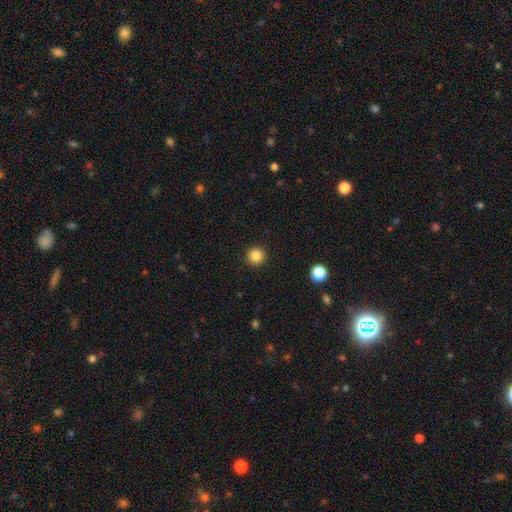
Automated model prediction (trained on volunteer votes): smooth_or_featured: smooth (p=0.85) [alt: star or artifact p=0.11]
how_rounded: round (p=0.96) [alt: in between p=0.03]
merging: none (p=0.93) [alt: minor disturbance p=0.04]